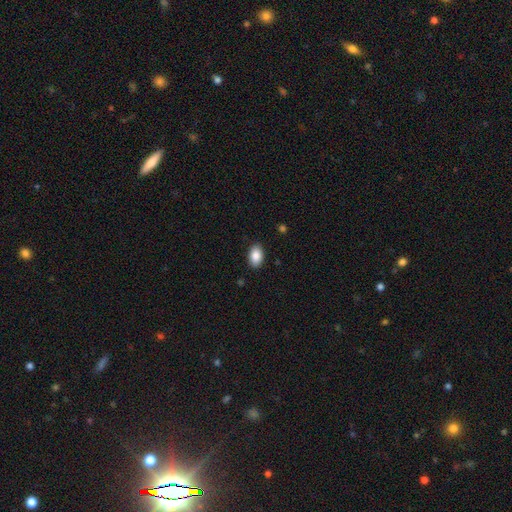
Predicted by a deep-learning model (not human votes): The model was most divided on "merging": none: 88%, minor disturbance: 9%, major disturbance: 2%, merger: 1%. More confident: how rounded — in between (90%); smooth or featured — smooth (88%).